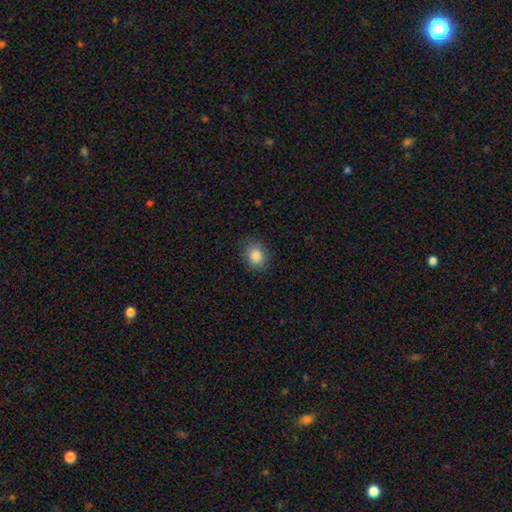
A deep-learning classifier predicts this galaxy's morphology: smooth-or-featured: smooth: 86% | star or artifact: 9% | featured or disk: 5%
  how-rounded: round: 56% | in between: 43% | cigar-shaped: 1%
  merging: none: 84% | minor disturbance: 11% | major disturbance: 3% | merger: 1%